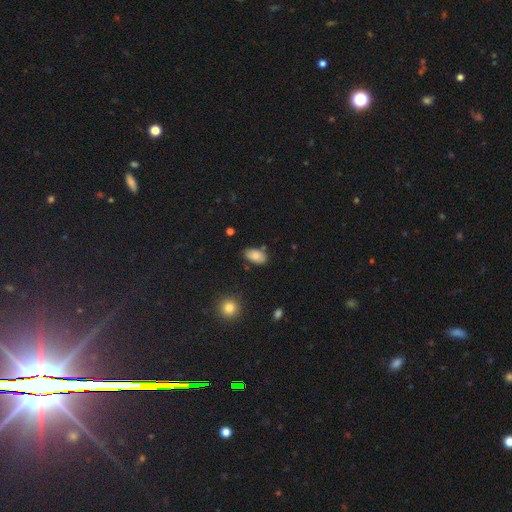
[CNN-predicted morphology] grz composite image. It shows a smooth galaxy with no disk features (83%) that is in between round and cigar-shaped (93%). Merging: none (76%).